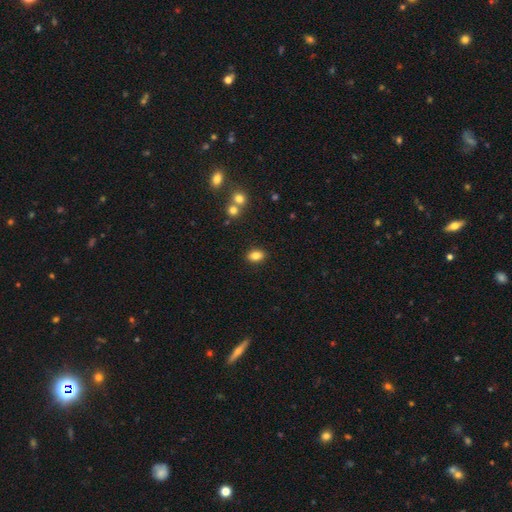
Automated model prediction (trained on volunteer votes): This is clearly a smooth galaxy (82%). How rounded: likely in between (79%). Merging: clearly none (87%).